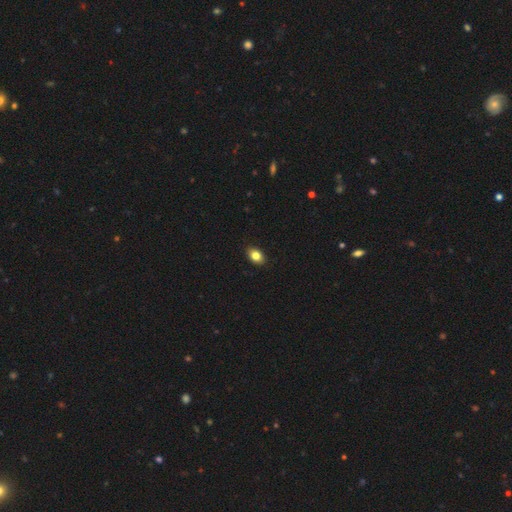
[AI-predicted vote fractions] Overall: smooth (83%). How rounded: in between (79%). Merging: none (90%).